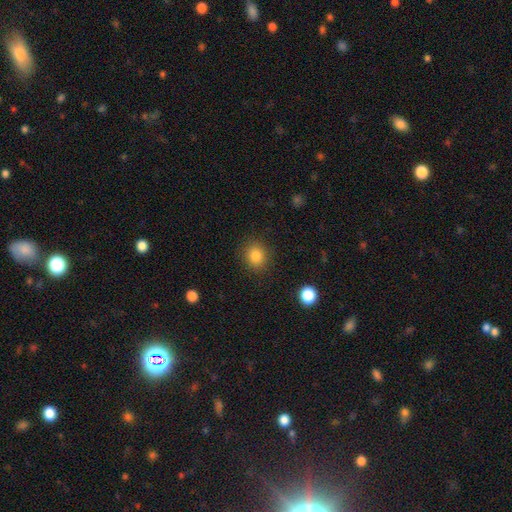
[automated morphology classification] smooth_or_featured: smooth (p=0.84) [alt: star or artifact p=0.11]
how_rounded: round (p=0.80) [alt: in between p=0.19]
merging: none (p=0.89) [alt: minor disturbance p=0.07]